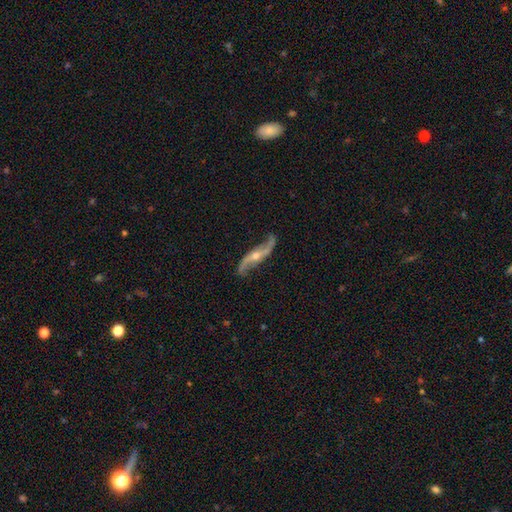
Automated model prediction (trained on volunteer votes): The model was most divided on "bulge size": moderate: 49%, small: 46%, large: 2%, none: 2%, dominant: 1%. More confident: spiral arms — yes (96%); spiral arm count — 2 (94%); smooth or featured — featured or disk (90%); edge-on disk — no (86%); spiral winding — loose (85%); merging — none (79%); bar — no (56%).